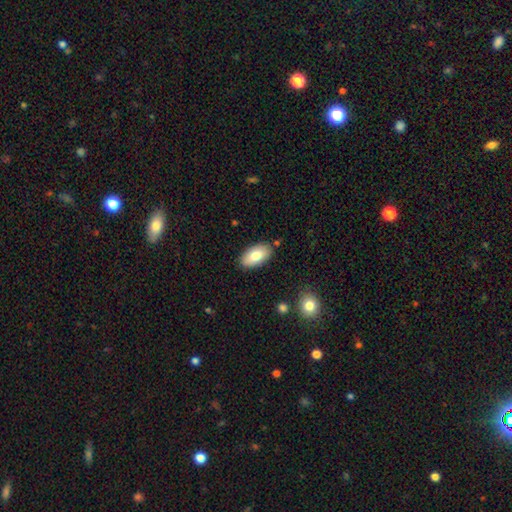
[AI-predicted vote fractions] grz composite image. It shows a smooth galaxy with no disk features (81%) that is in between round and cigar-shaped (94%). Merging: none (85%).